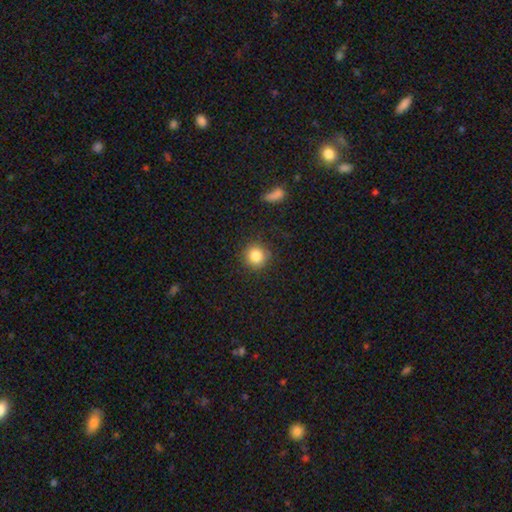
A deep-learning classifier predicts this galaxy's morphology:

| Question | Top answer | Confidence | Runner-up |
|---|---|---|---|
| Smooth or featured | smooth | 84% | star or artifact (10%) |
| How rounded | round | 93% | in between (6%) |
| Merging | none | 89% | minor disturbance (7%) |